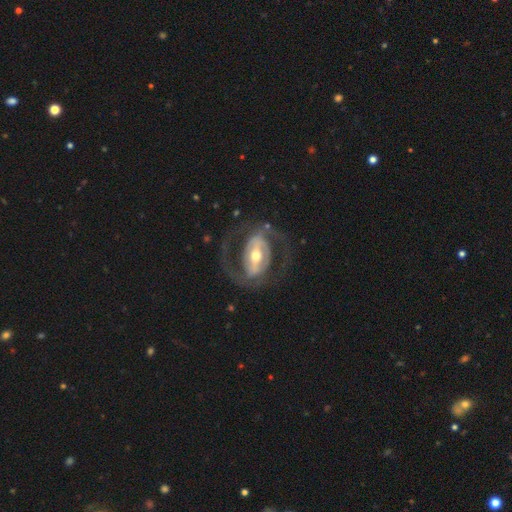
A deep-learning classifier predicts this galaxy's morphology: Q: Smooth or featured?
A: featured or disk (88%); runner-up: smooth (8%)
Q: Edge-on disk?
A: no (96%); runner-up: yes (4%)
Q: Bar?
A: strong (61%); runner-up: weak (26%)
Q: Spiral arms?
A: yes (85%); runner-up: no (15%)
Q: Spiral winding?
A: medium (52%); runner-up: tight (27%)
Q: Spiral arm count?
A: 2 (89%); runner-up: can't tell (5%)
Q: Bulge size?
A: moderate (68%); runner-up: small (22%)
Q: Merging?
A: none (71%); runner-up: major disturbance (15%)